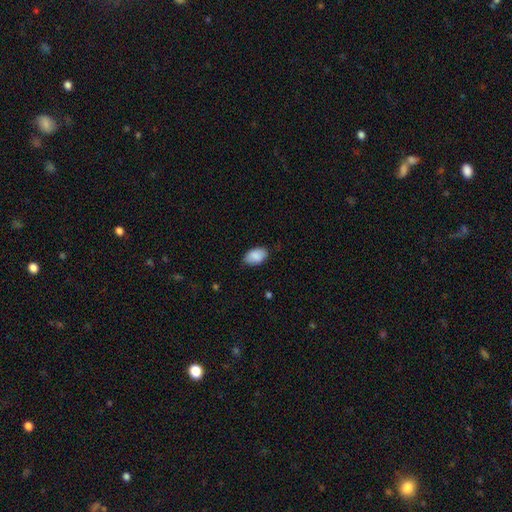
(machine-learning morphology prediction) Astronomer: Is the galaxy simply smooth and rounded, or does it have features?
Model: smooth — 88%.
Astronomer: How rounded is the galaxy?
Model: in between — 92%.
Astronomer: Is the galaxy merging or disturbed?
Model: none — 80%.